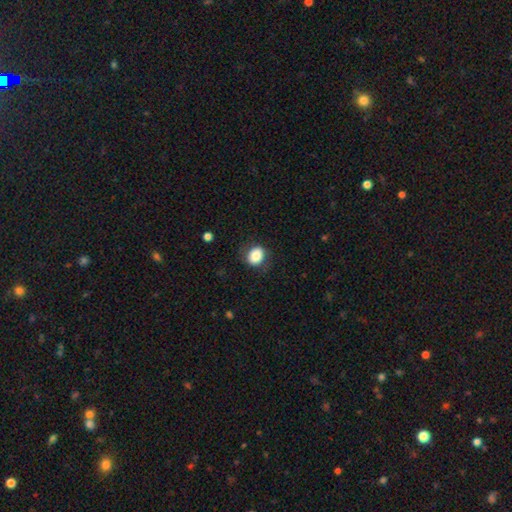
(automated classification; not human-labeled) This appears to be a smooth galaxy with no disk features (83%) that is round (57%). Merging: none (78%).